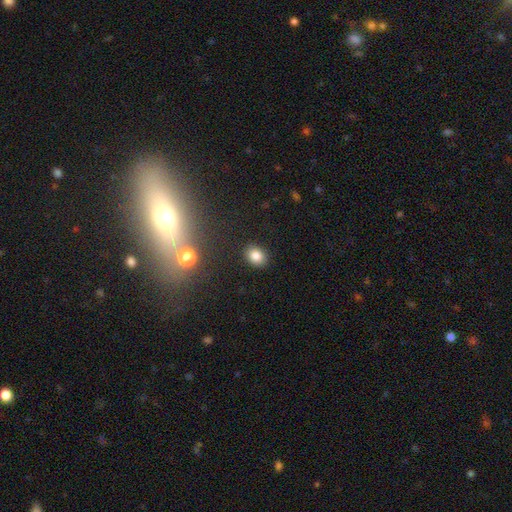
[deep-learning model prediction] smooth_or_featured: smooth (p=0.82) [alt: star or artifact p=0.12]
how_rounded: in between (p=0.51) [alt: round p=0.48]
merging: none (p=0.89) [alt: minor disturbance p=0.08]